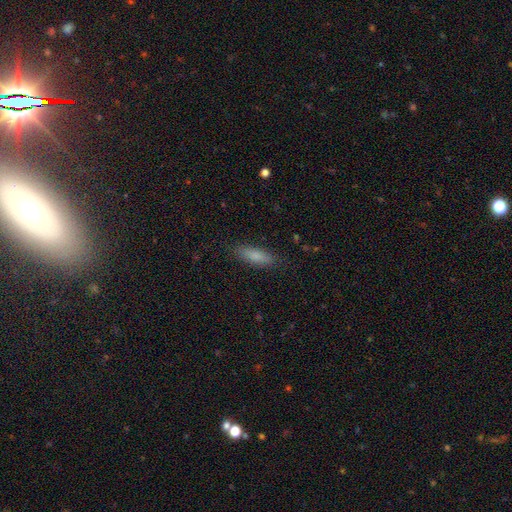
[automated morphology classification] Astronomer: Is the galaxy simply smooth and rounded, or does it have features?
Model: smooth — 81%.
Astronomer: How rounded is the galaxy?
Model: cigar-shaped — 54% (runner-up: in between, 44%).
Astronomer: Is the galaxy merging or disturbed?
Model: none — 85%.